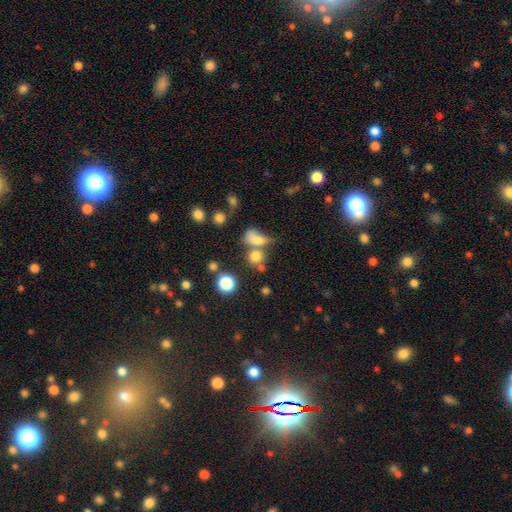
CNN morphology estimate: The model was most divided on "merging": none: 44%, merger: 38%, minor disturbance: 10%, major disturbance: 8%. More confident: how rounded — round (74%); smooth or featured — smooth (74%).